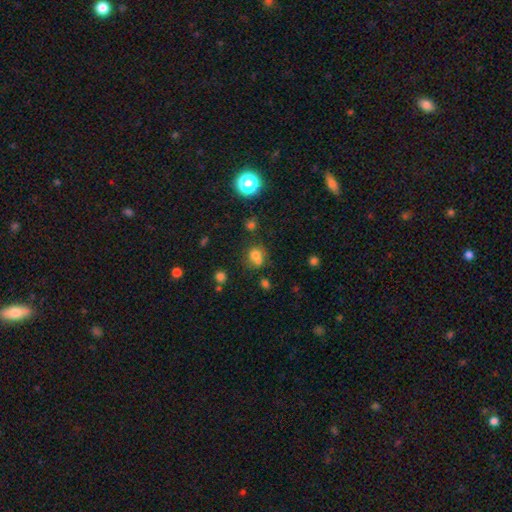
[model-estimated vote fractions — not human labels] Overall: smooth (69%). How rounded: round (67%; in between 32%). Merging: none (45%; merger 34%).